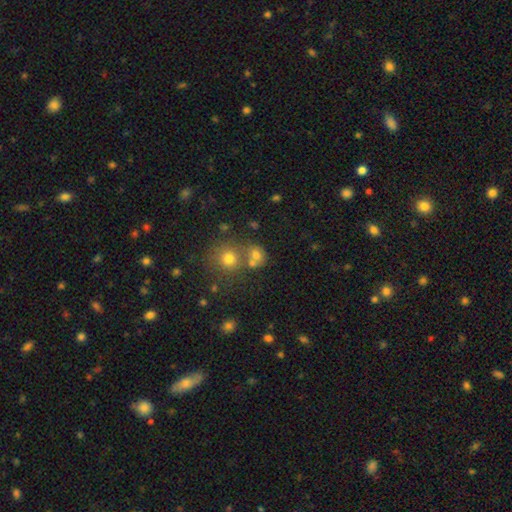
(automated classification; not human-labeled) Q: Smooth or featured?
A: smooth (68%); runner-up: star or artifact (19%)
Q: How rounded?
A: round (70%); runner-up: in between (29%)
Q: Merging?
A: none (50%); runner-up: merger (34%)